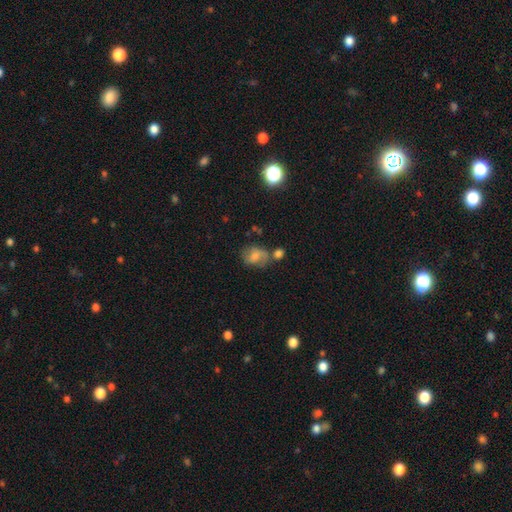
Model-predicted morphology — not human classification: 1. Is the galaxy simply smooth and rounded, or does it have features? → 58% smooth, 31% featured or disk, 11% star or artifact.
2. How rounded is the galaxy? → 54% in between, 44% round, 1% cigar-shaped.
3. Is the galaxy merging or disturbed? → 44% none, 23% minor disturbance, 20% merger, 13% major disturbance.